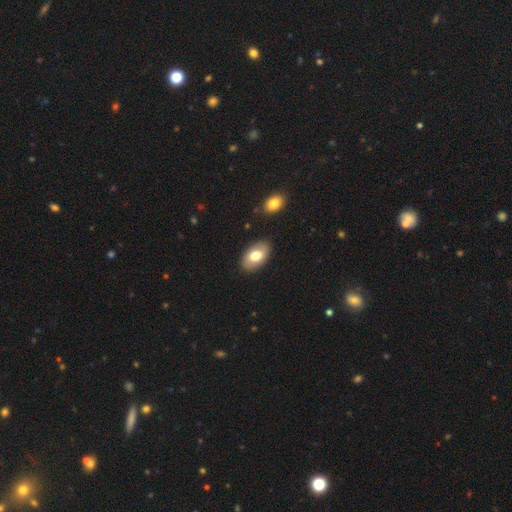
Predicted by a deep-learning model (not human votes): smooth-or-featured: smooth: 75% | featured or disk: 19% | star or artifact: 6%
  how-rounded: in between: 93% | round: 6% | cigar-shaped: 1%
  merging: none: 86% | minor disturbance: 9% | major disturbance: 2% | merger: 2%